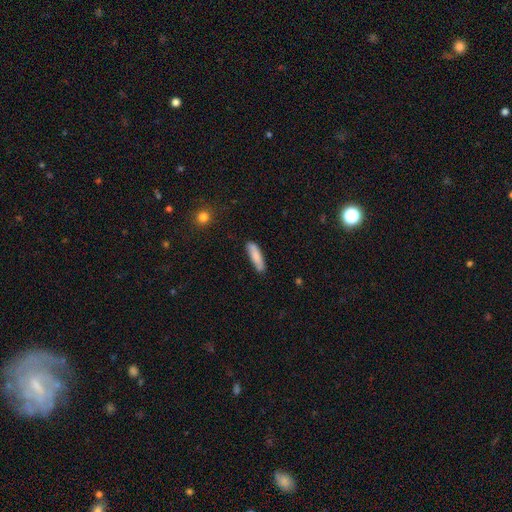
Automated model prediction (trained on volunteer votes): Morphology: type=smooth (85%); roundness=cigar-shaped (72%); merging=none (83%).